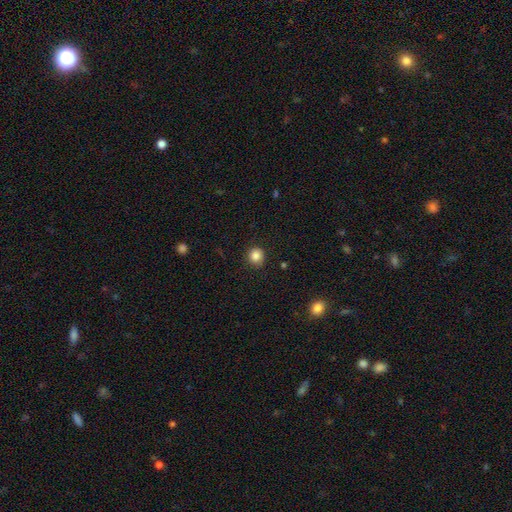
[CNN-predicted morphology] type=smooth (86%); roundness=round (85%); merging=none (88%).